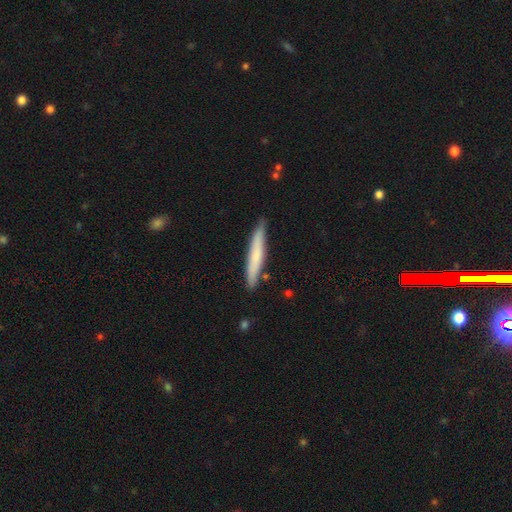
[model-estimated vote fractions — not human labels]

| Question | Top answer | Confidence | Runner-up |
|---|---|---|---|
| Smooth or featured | smooth | 64% | featured or disk (30%) |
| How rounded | cigar-shaped | 94% | in between (5%) |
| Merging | none | 86% | minor disturbance (11%) |